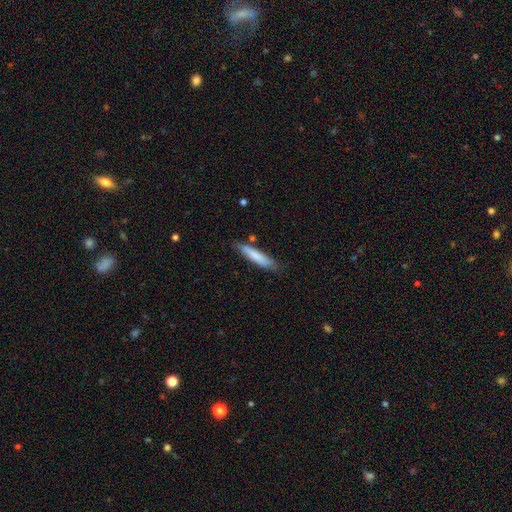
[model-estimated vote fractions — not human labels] This is likely a smooth galaxy (78%). How rounded: clearly cigar-shaped (84%). Merging: likely none (75%).